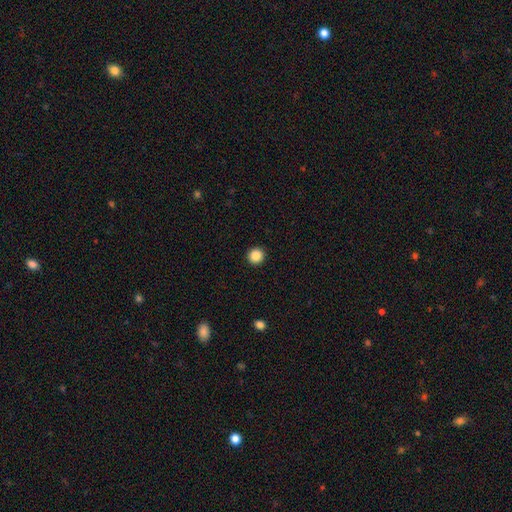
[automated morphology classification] This is clearly a smooth galaxy (88%). How rounded: clearly round (95%). Merging: clearly none (93%).